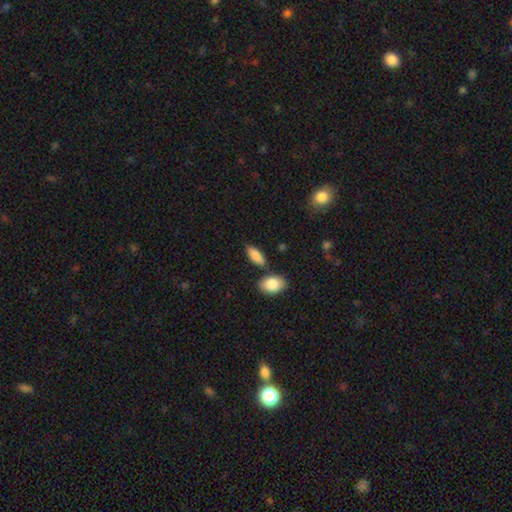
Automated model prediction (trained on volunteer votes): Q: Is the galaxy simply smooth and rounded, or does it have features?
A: smooth — 85%.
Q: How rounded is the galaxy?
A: in between — 85%.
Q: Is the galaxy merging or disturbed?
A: none — 76%.